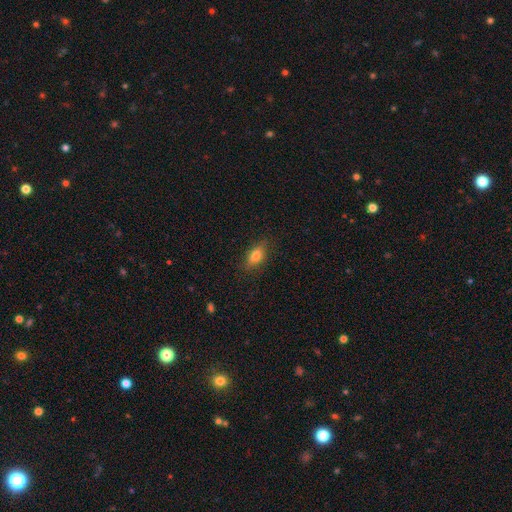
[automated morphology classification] smooth 75%, featured or disk 15%, star or artifact 10%. Down the decision tree: how rounded — in between (79%); merging — none (80%).